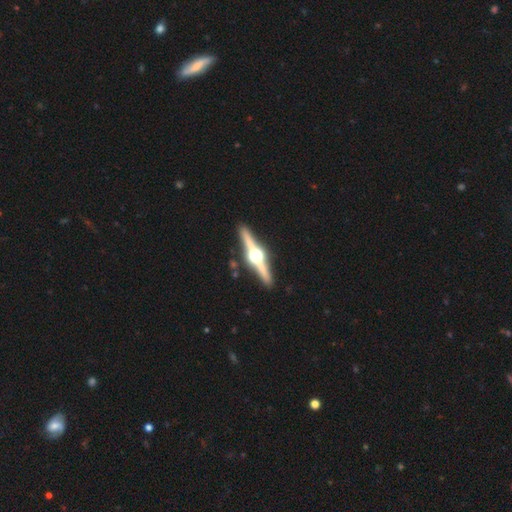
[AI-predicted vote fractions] featured or disk 87%, smooth 8%, star or artifact 5%. Down the decision tree: edge-on disk — yes (98%); edge-on bulge — rounded (97%); merging — none (91%).